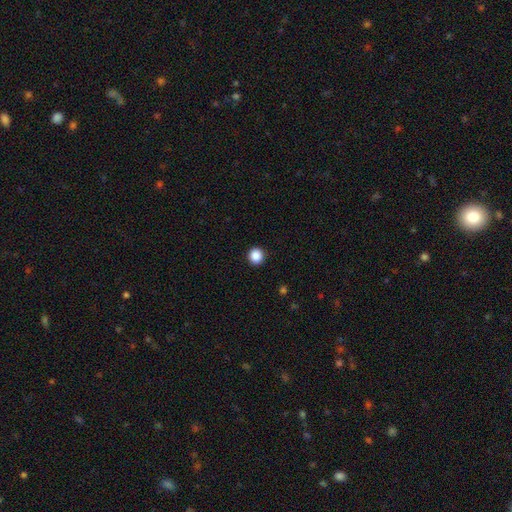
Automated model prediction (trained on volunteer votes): Smooth or featured?
  - smooth: 88% *
  - star or artifact: 10%
  - featured or disk: 2%
How rounded?
  - round: 94% *
  - in between: 5%
  - cigar-shaped: 1%
Merging?
  - none: 93% *
  - minor disturbance: 4%
  - major disturbance: 2%
  - merger: 1%